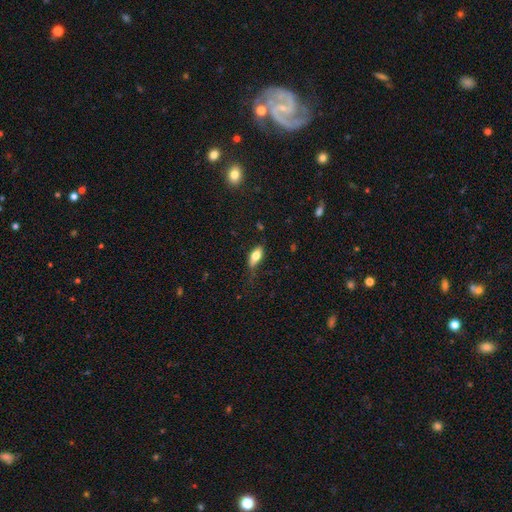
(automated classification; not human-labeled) smooth 73%, featured or disk 20%, star or artifact 7%. Down the decision tree: how rounded — in between (81%); merging — none (63%).